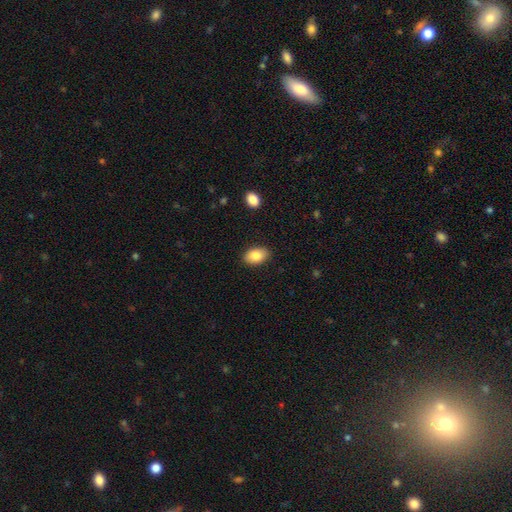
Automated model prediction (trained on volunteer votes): Smooth or featured?
  - smooth: 83% *
  - featured or disk: 9%
  - star or artifact: 7%
How rounded?
  - in between: 90% *
  - round: 9%
  - cigar-shaped: 1%
Merging?
  - none: 88% *
  - minor disturbance: 8%
  - major disturbance: 2%
  - merger: 1%